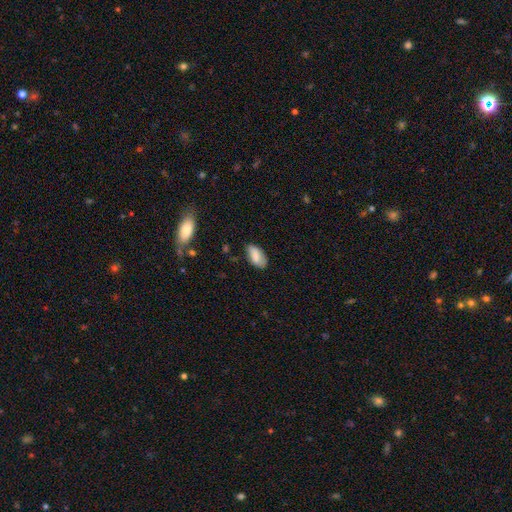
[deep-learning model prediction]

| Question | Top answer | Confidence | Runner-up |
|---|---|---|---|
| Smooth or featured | smooth | 81% | featured or disk (12%) |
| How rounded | in between | 93% | cigar-shaped (5%) |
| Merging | none | 73% | minor disturbance (21%) |